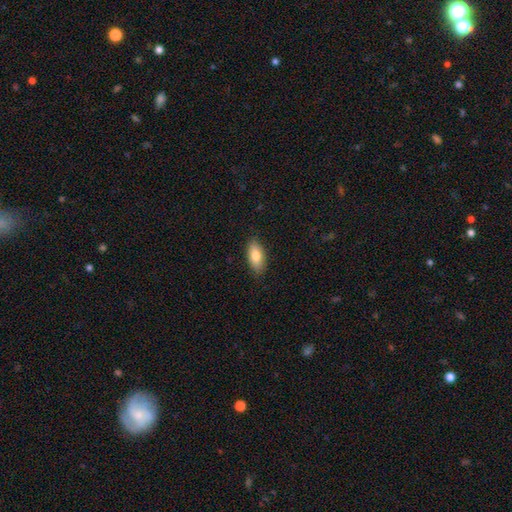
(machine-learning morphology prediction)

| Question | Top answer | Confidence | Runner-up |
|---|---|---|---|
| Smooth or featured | smooth | 80% | featured or disk (14%) |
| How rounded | in between | 87% | cigar-shaped (10%) |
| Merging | none | 87% | minor disturbance (10%) |